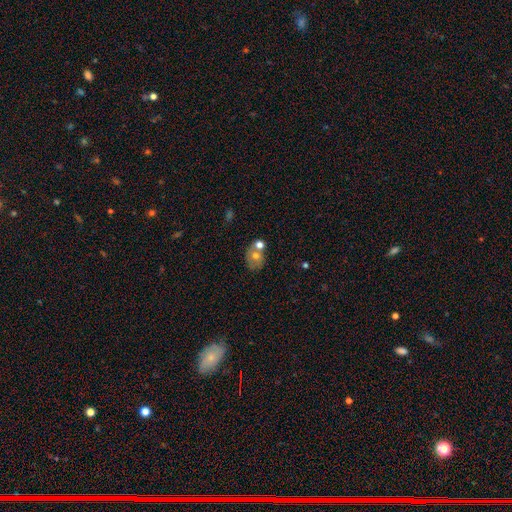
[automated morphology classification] Smooth or featured? Predicted: smooth (p=0.64). How rounded? Predicted: round (p=0.50). Merging? Predicted: none (p=0.46).